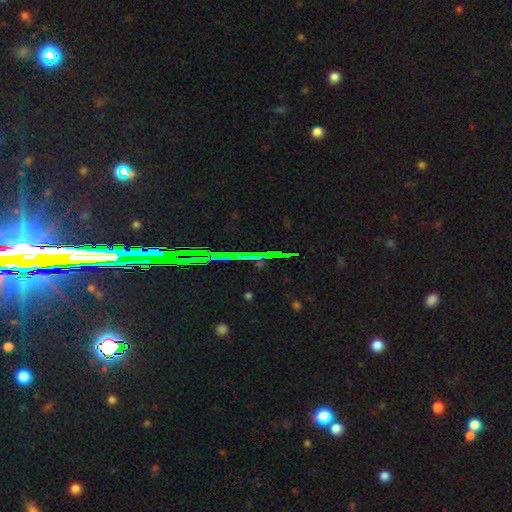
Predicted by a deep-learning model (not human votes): Q: Smooth or featured?
A: star or artifact (77%); runner-up: smooth (12%)